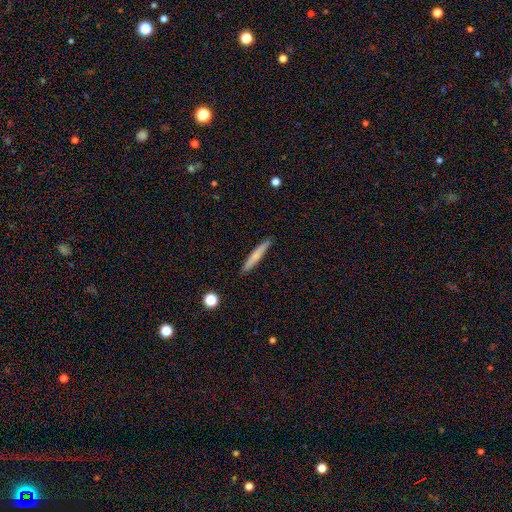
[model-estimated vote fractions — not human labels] Smooth or featured: smooth — 68% (featured or disk — 25%)
How rounded: cigar-shaped — 95% (in between — 4%)
Merging: none — 89% (minor disturbance — 8%)